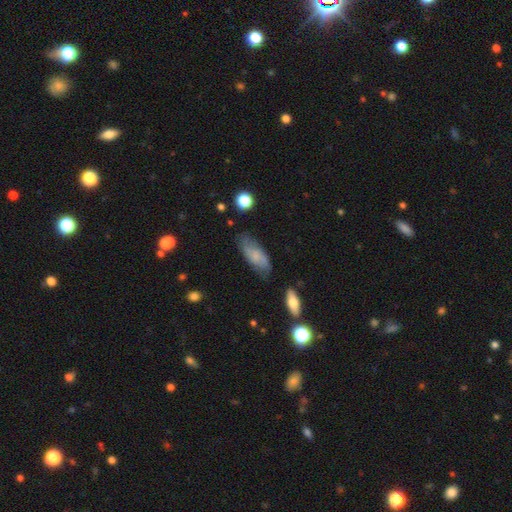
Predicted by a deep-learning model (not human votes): Smooth or featured? smooth (56%)
How rounded? in between (80%)
Merging? none (70%)